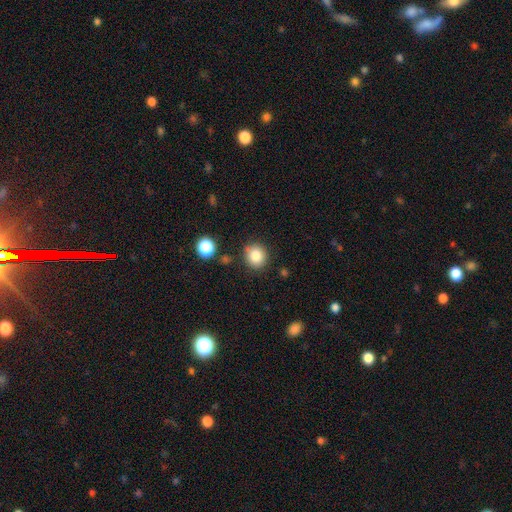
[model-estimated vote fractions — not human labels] A smooth galaxy with no disk features (83%) that is round (83%).

Vote fractions:
- Smooth or featured? smooth: 83% / star or artifact: 11% / featured or disk: 7%
- How rounded? round: 83% / in between: 16% / cigar-shaped: 1%
- Merging? none: 85% / minor disturbance: 10% / merger: 3% / major disturbance: 3%